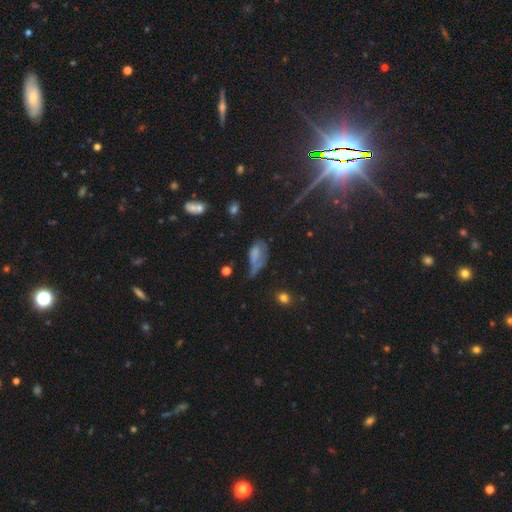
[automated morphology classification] A smooth galaxy with no disk features (52%) that is in between round and cigar-shaped (81%).

Vote fractions:
- Smooth or featured? smooth: 52% / featured or disk: 30% / star or artifact: 18%
- How rounded? in between: 81% / cigar-shaped: 12% / round: 6%
- Merging? major disturbance: 36% / minor disturbance: 31% / none: 25% / merger: 8%